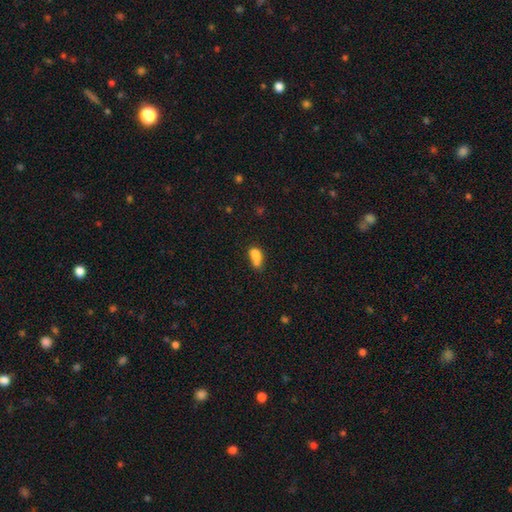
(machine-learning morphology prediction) This appears to be a smooth galaxy with no disk features (77%) that is in between round and cigar-shaped (80%). Merging: none (34%).